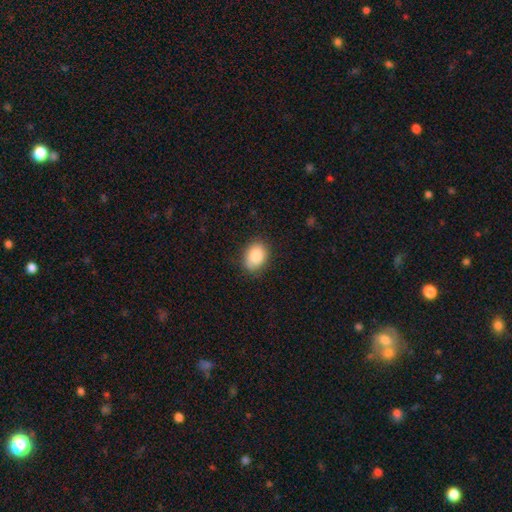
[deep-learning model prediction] Smooth or featured: smooth — 87% (star or artifact — 7%)
How rounded: in between — 72% (round — 27%)
Merging: none — 81% (minor disturbance — 15%)